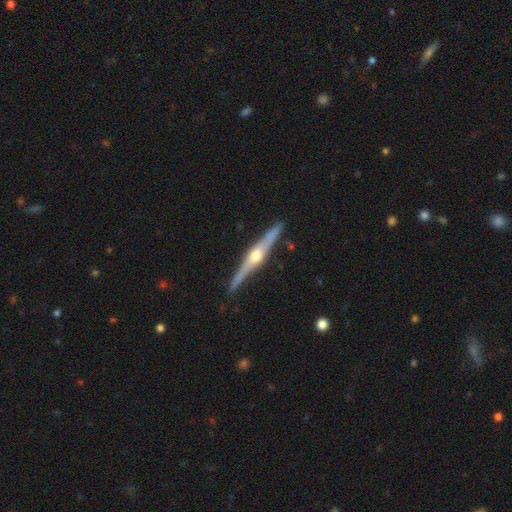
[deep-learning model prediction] smooth_or_featured: featured or disk (p=0.85) [alt: smooth p=0.10]
disk_edge_on: yes (p=0.98) [alt: no p=0.02]
edge_on_bulge: rounded (p=0.91) [alt: boxy p=0.06]
merging: none (p=0.89) [alt: minor disturbance p=0.08]